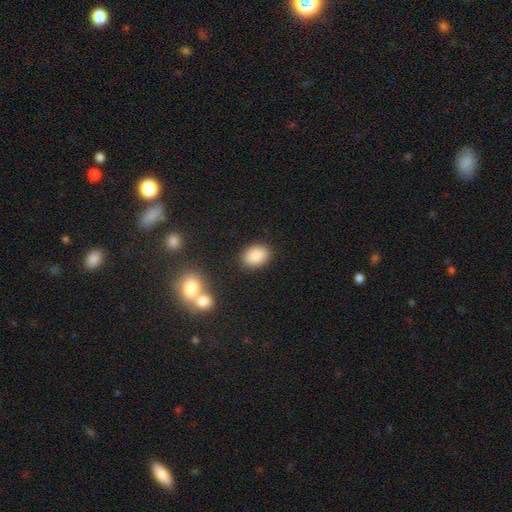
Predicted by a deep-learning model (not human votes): This appears to be a smooth galaxy with no disk features (87%) that is in between round and cigar-shaped (71%). Merging: none (85%).